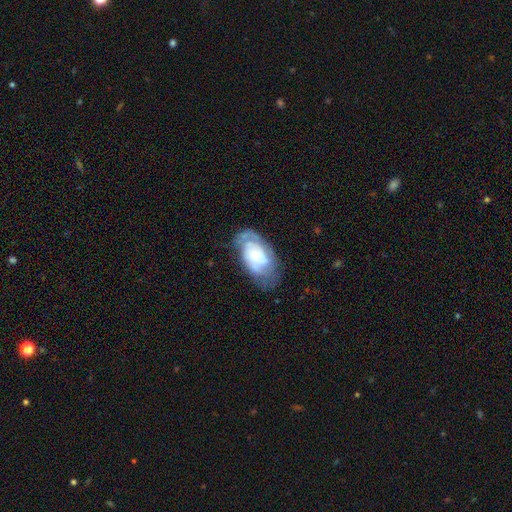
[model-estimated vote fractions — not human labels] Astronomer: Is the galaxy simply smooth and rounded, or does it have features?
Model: featured or disk — 65%.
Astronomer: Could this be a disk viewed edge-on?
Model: no — 96%.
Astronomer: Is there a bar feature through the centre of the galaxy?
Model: no — 76%.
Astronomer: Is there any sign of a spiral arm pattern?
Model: yes — 76%.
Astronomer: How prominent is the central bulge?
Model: small — 56%.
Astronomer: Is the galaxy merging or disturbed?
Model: none — 54%.